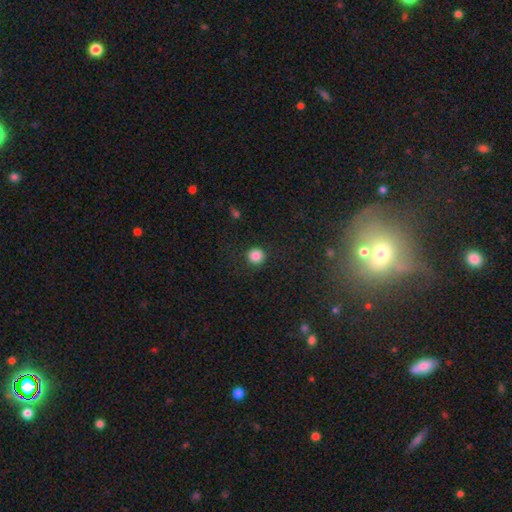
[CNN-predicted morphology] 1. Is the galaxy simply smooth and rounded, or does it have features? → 85% smooth, 11% star or artifact, 4% featured or disk.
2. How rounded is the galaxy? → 94% round, 5% in between, 1% cigar-shaped.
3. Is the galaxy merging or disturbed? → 90% none, 6% minor disturbance, 2% major disturbance, 1% merger.